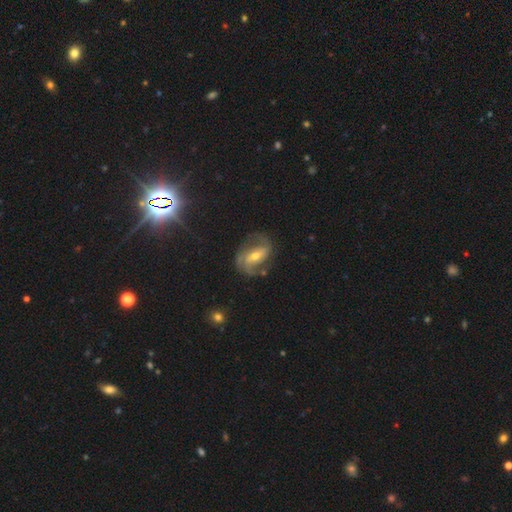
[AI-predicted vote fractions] Morphology: type=featured or disk (80%); edge-on=no (96%); bar=strong (40%); spiral arms=yes (94%); winding=medium (49%); arm count=2 (74%); bulge=moderate (50%); merging=none (70%).